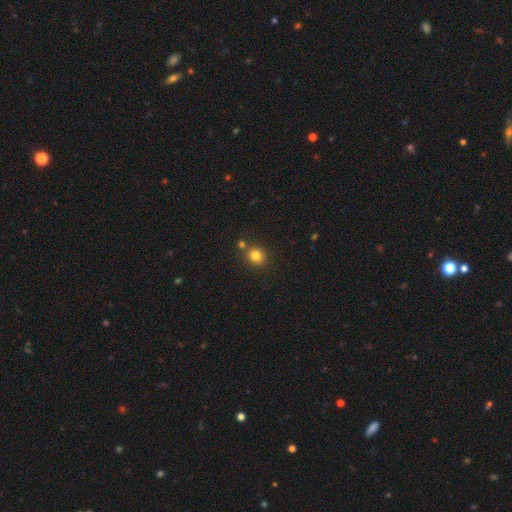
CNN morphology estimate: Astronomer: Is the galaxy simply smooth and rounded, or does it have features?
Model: smooth — 81%.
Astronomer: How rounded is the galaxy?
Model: round — 85%.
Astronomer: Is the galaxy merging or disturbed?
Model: none — 76%.